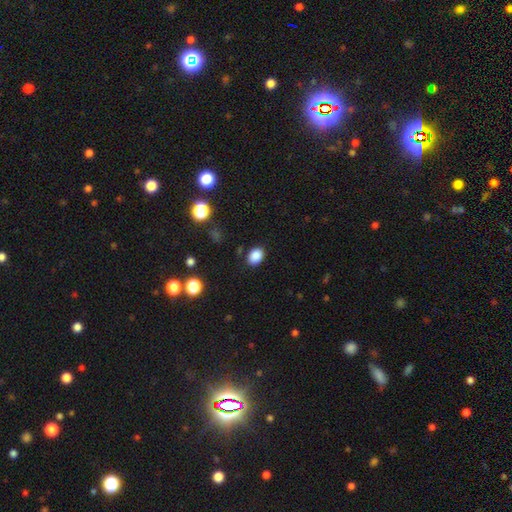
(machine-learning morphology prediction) smooth-or-featured: smooth: 86% | star or artifact: 10% | featured or disk: 4%
  how-rounded: in between: 70% | round: 29% | cigar-shaped: 1%
  merging: none: 86% | minor disturbance: 10% | major disturbance: 3% | merger: 2%